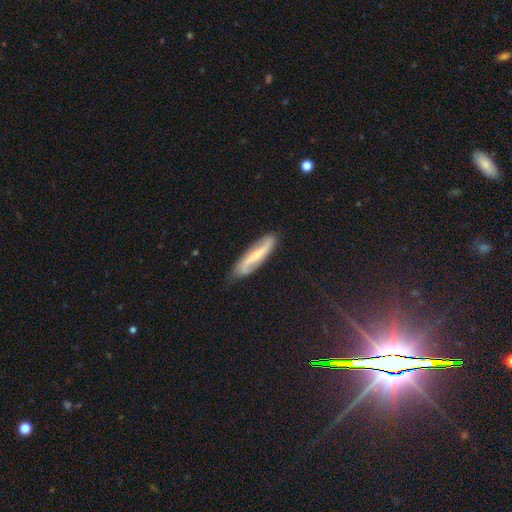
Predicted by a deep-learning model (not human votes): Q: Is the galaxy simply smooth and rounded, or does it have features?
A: featured or disk — 73%.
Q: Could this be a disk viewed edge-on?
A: no — 76%.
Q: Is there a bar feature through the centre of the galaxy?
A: strong — 43%.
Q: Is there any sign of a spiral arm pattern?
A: yes — 92%.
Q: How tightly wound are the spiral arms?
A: loose — 57%.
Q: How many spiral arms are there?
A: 2 — 90%.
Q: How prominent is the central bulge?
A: small — 55%.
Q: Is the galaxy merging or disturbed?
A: none — 79%.